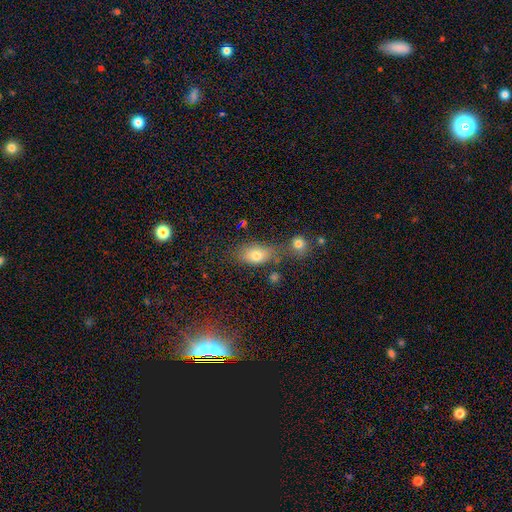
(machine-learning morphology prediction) Smooth or featured? smooth (76%)
How rounded? in between (81%)
Merging? none (58%)